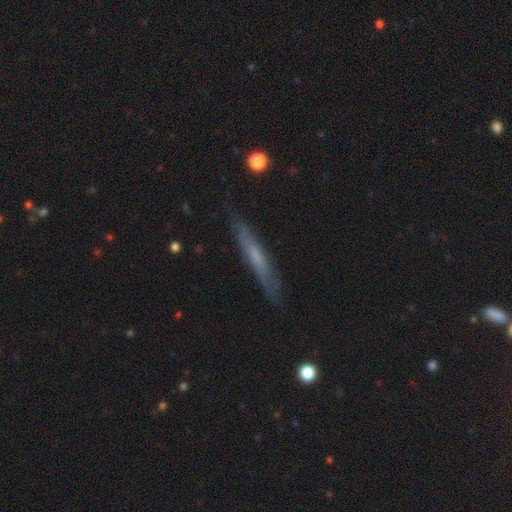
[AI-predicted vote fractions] Morphology: type=featured or disk (47%); merging=none (84%).